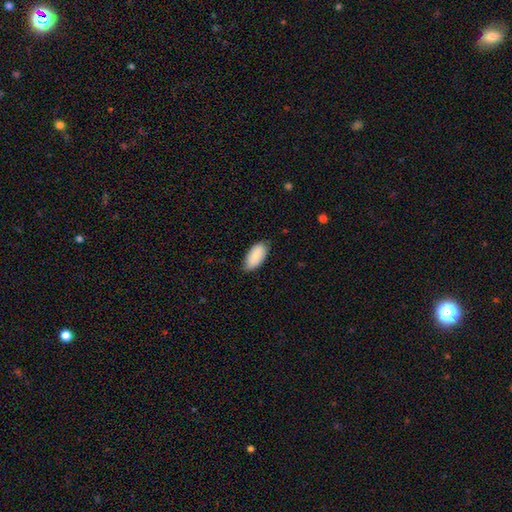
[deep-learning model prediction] This is clearly a smooth galaxy (89%). How rounded: clearly in between (93%). Merging: likely none (79%).